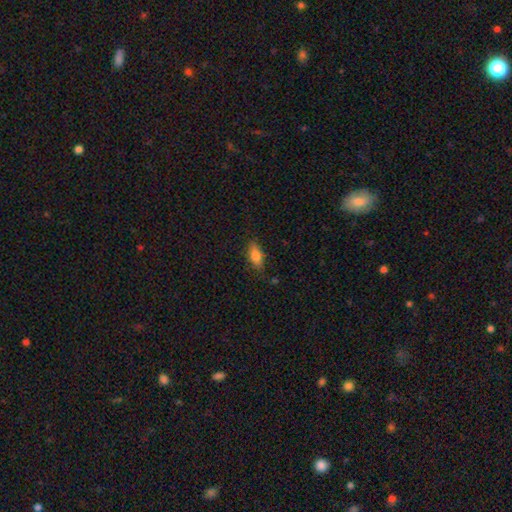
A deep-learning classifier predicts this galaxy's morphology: type=smooth (76%); roundness=in between (78%); merging=none (77%).